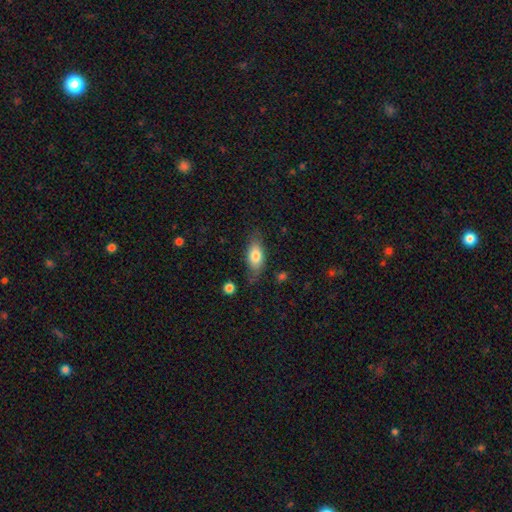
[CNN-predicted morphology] A smooth galaxy with no disk features (74%) that is in between round and cigar-shaped (83%).

Vote fractions:
- Smooth or featured? smooth: 74% / featured or disk: 19% / star or artifact: 7%
- How rounded? in between: 83% / cigar-shaped: 12% / round: 4%
- Merging? none: 67% / minor disturbance: 24% / major disturbance: 6% / merger: 3%